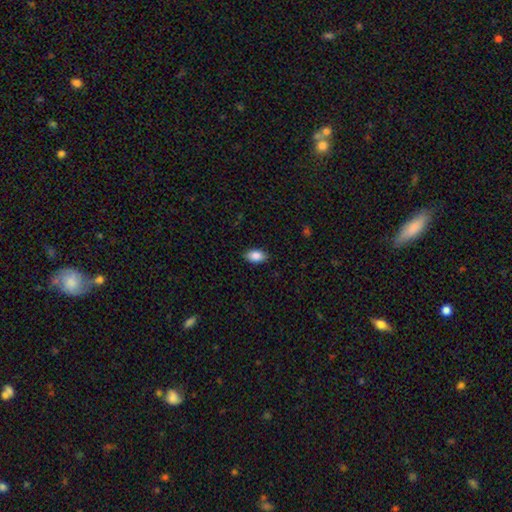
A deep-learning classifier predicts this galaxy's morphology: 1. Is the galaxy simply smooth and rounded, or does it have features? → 88% smooth, 7% star or artifact, 5% featured or disk.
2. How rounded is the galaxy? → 92% in between, 6% round, 2% cigar-shaped.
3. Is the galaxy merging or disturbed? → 87% none, 10% minor disturbance, 2% major disturbance, 1% merger.